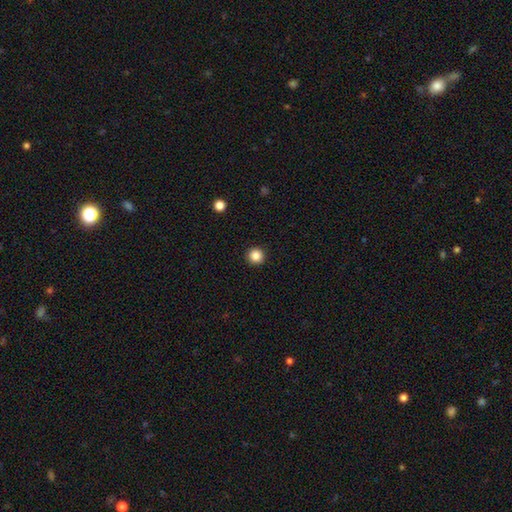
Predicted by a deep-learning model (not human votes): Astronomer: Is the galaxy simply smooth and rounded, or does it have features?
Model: smooth — 85%.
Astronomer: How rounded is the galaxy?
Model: round — 96%.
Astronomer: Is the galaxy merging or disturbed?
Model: none — 93%.